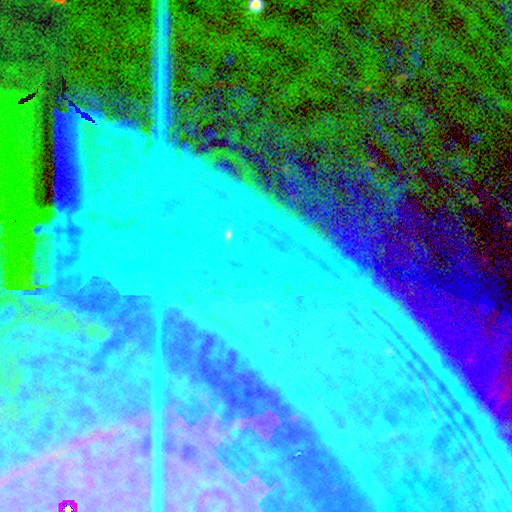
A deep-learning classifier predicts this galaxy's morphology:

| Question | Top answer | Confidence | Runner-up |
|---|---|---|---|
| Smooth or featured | star or artifact | 85% | featured or disk (9%) |